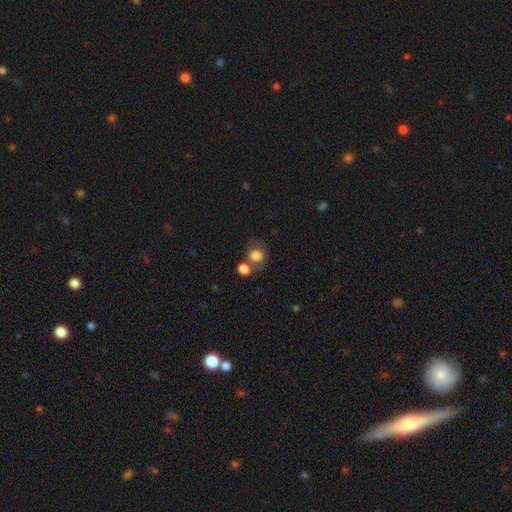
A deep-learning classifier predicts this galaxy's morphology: A smooth galaxy with no disk features (80%) that is round (71%).

Vote fractions:
- Smooth or featured? smooth: 80% / star or artifact: 10% / featured or disk: 10%
- How rounded? round: 71% / in between: 28% / cigar-shaped: 1%
- Merging? none: 44% / merger: 39% / minor disturbance: 12% / major disturbance: 6%